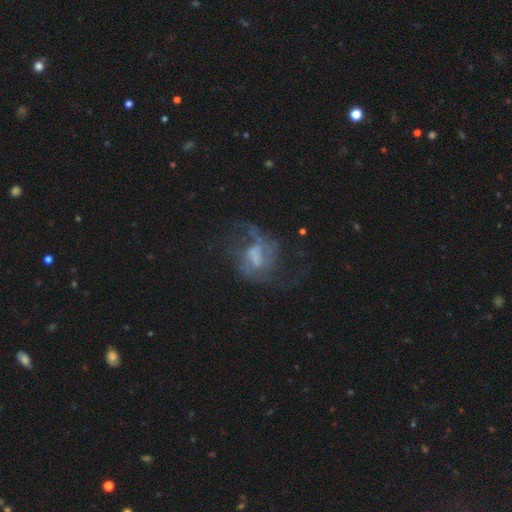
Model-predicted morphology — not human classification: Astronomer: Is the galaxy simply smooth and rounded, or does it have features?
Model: featured or disk — 75%.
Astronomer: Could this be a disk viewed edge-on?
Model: no — 97%.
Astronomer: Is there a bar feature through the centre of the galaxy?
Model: weak — 47% (runner-up: no, 34%).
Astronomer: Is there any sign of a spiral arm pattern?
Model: yes — 81%.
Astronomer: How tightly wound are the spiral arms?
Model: medium — 45% (runner-up: loose, 41%).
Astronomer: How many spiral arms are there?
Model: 2 — 72%.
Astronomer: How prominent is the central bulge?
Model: none — 34% (runner-up: moderate, 27%).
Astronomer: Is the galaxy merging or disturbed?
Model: none — 47% (runner-up: major disturbance, 31%).